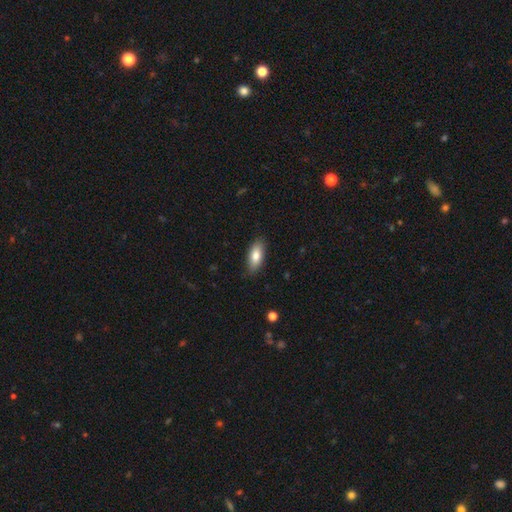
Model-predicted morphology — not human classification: Smooth or featured? smooth (81%)
How rounded? in between (82%)
Merging? none (86%)